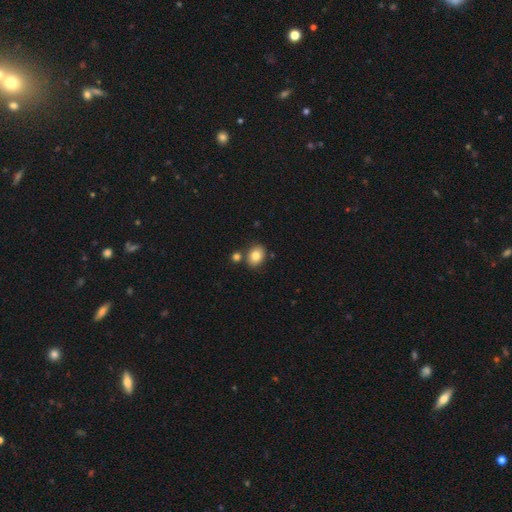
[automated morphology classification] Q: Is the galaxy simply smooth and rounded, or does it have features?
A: smooth — 82%.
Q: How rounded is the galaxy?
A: in between — 52%.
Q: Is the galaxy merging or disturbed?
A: none — 75%.